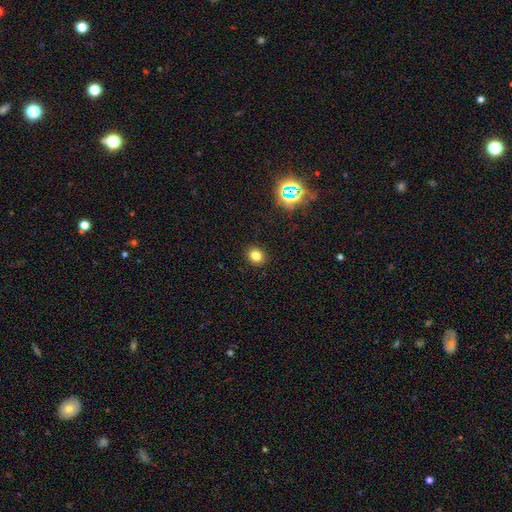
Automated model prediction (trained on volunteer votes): A smooth galaxy with no disk features (79%) that is round (68%). Merging: none (90%).